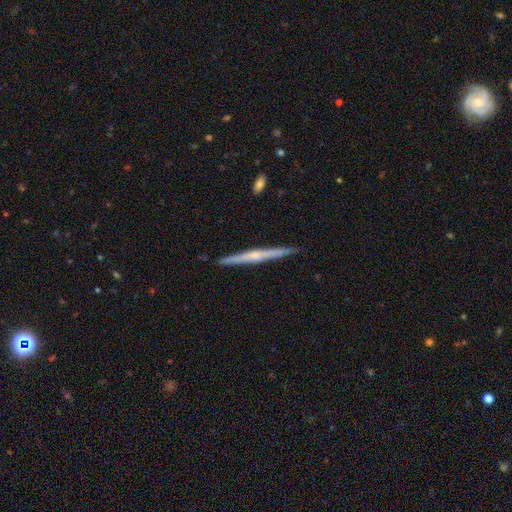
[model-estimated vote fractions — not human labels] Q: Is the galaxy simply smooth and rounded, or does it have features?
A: featured or disk — 67%.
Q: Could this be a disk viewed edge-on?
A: yes — 98%.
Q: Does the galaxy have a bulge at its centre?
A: rounded — 51%.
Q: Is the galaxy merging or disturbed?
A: none — 91%.